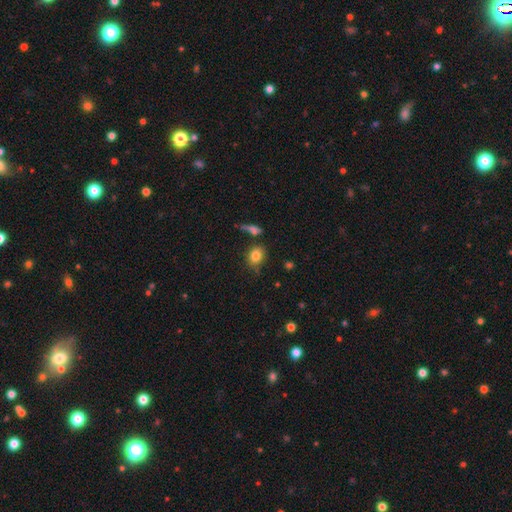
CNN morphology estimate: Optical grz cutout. It shows a smooth galaxy with no disk features (82%) that is in between round and cigar-shaped (54%). Merging: none (71%).